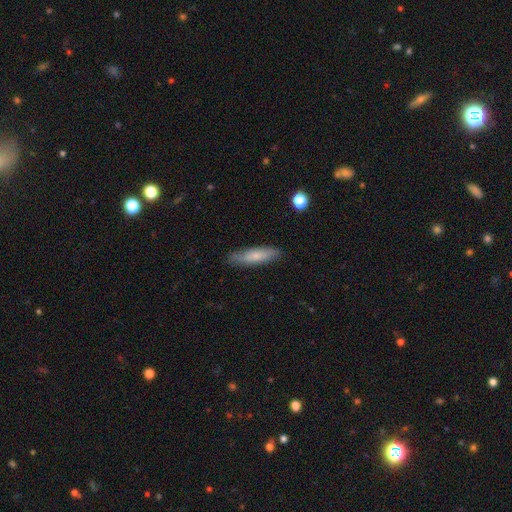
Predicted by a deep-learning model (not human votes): Smooth or featured: smooth — 74% (featured or disk — 20%)
How rounded: cigar-shaped — 76% (in between — 23%)
Merging: none — 85% (minor disturbance — 11%)